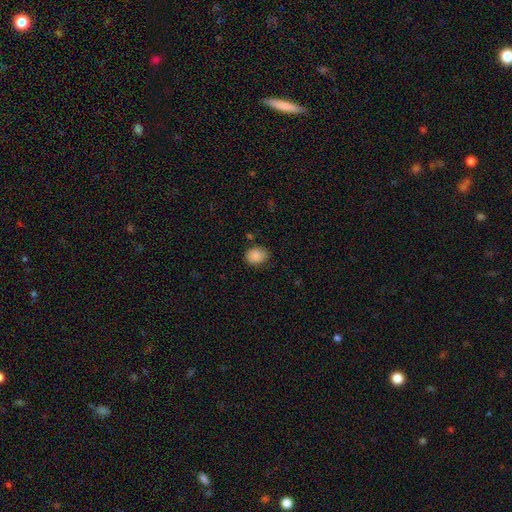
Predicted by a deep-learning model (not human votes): smooth-or-featured: smooth: 87% | star or artifact: 8% | featured or disk: 5%
  how-rounded: in between: 59% | round: 40% | cigar-shaped: 1%
  merging: none: 72% | minor disturbance: 21% | major disturbance: 4% | merger: 2%